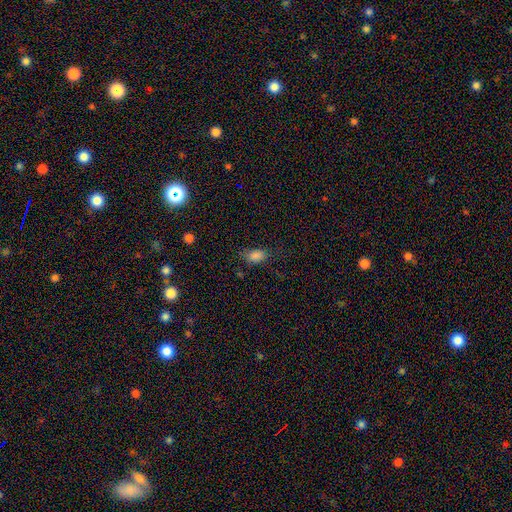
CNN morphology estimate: smooth 82%, star or artifact 12%, featured or disk 6%. Down the decision tree: how rounded — in between (88%); merging — none (67%).